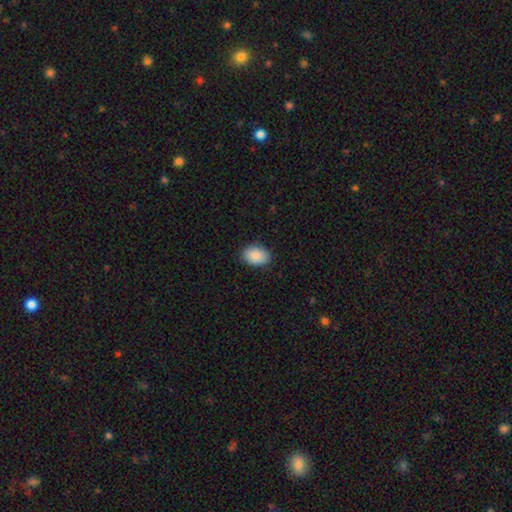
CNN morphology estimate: Smooth or featured?
  - smooth: 89% *
  - star or artifact: 7%
  - featured or disk: 5%
How rounded?
  - in between: 86% *
  - round: 13%
  - cigar-shaped: 1%
Merging?
  - none: 87% *
  - minor disturbance: 10%
  - major disturbance: 2%
  - merger: 1%